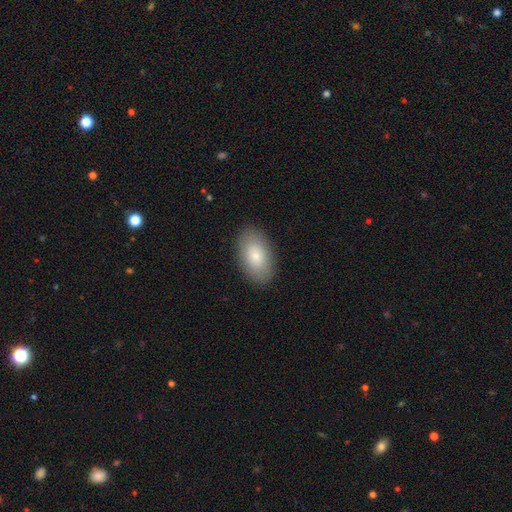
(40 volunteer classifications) Smooth or featured: smooth — 88% (featured or disk — 8%)
How rounded: in between — 94% (round — 6%)
Merging: none — 89% (minor disturbance — 8%)